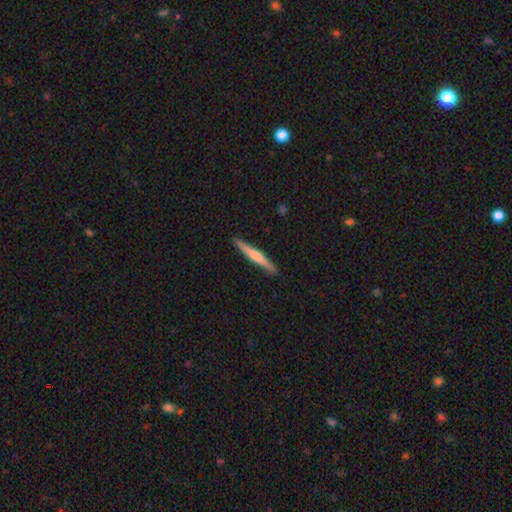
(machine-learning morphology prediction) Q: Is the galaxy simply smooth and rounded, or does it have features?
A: featured or disk — 51%.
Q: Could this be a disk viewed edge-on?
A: yes — 97%.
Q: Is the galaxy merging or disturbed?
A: none — 91%.